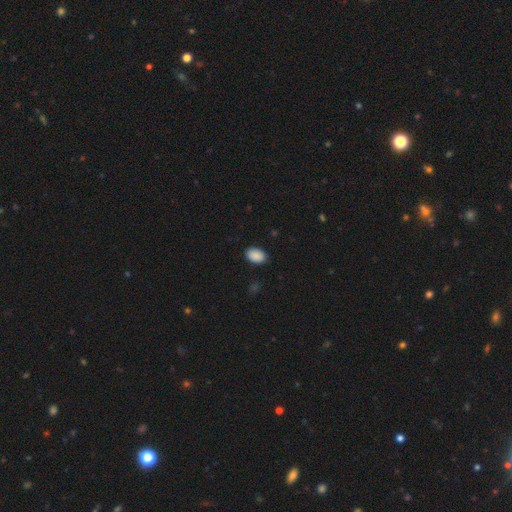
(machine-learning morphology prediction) This is clearly a smooth galaxy (90%). How rounded: clearly in between (88%). Merging: clearly none (89%).